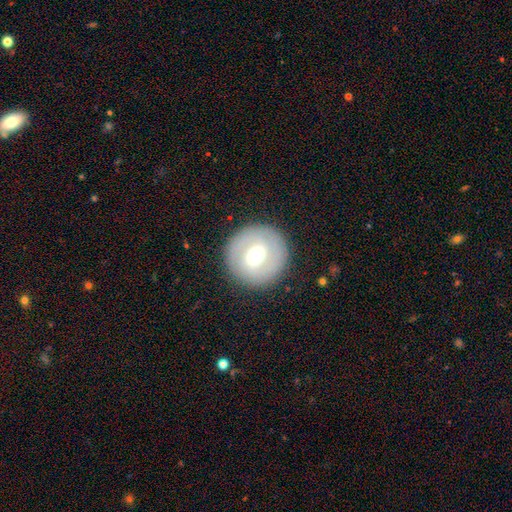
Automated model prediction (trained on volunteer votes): Overall: smooth (47%; featured or disk 46%). Merging: none (86%).